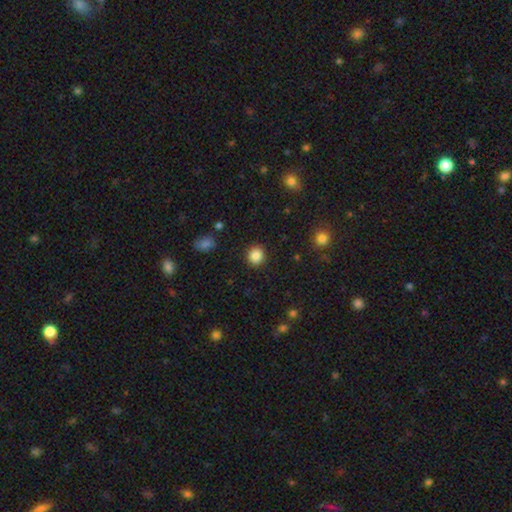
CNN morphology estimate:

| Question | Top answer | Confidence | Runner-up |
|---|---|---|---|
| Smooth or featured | smooth | 86% | star or artifact (10%) |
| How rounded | round | 88% | in between (11%) |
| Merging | none | 91% | minor disturbance (6%) |